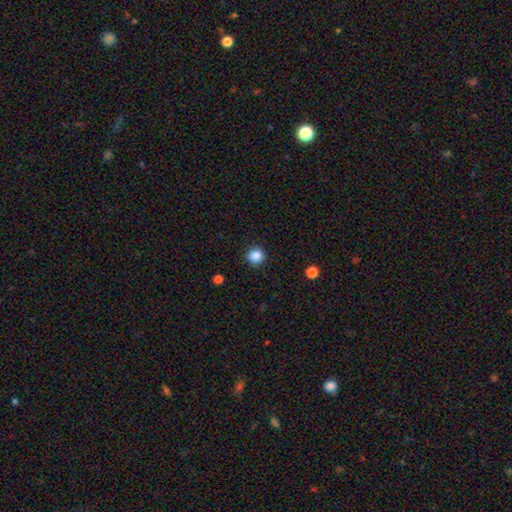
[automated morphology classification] The model was most divided on "smooth or featured": smooth: 86%, star or artifact: 11%, featured or disk: 3%. More confident: how rounded — round (91%); merging — none (90%).